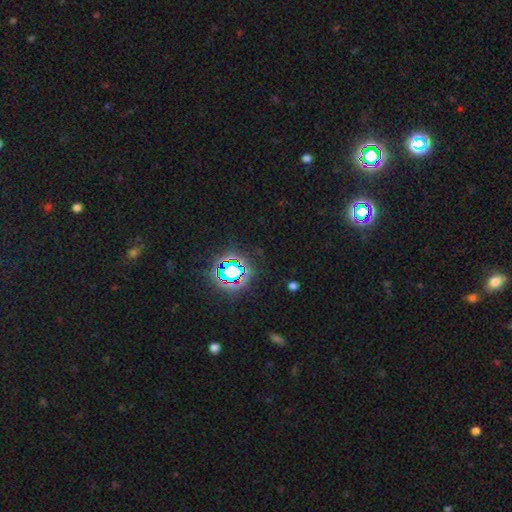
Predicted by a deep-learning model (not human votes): Smooth or featured? star or artifact (77%)